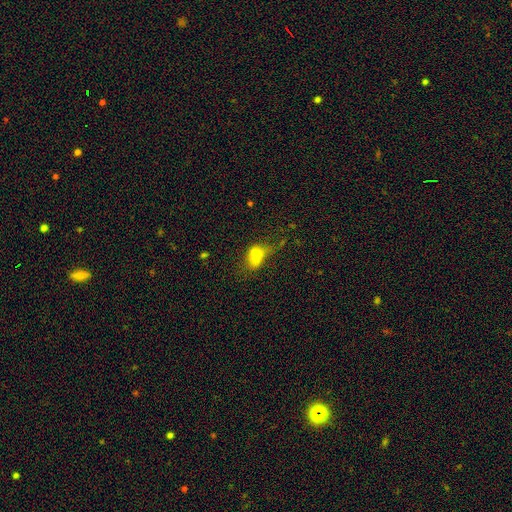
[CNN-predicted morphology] Q: Smooth or featured?
A: smooth (68%); runner-up: featured or disk (18%)
Q: How rounded?
A: in between (79%); runner-up: round (18%)
Q: Merging?
A: merger (40%); runner-up: none (22%)